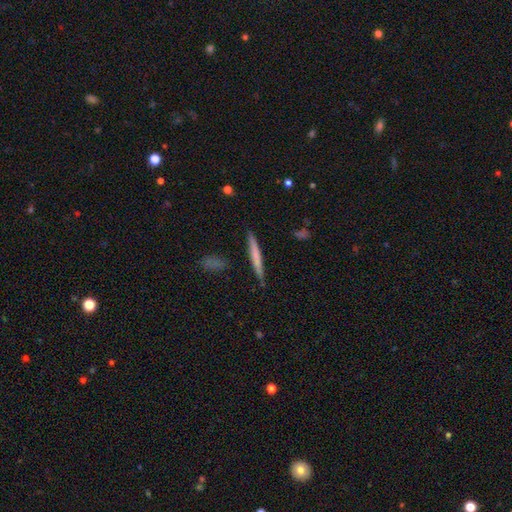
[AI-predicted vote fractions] Smooth or featured?
  - smooth: 63% *
  - featured or disk: 31%
  - star or artifact: 6%
How rounded?
  - cigar-shaped: 96% *
  - in between: 3%
  - round: 1%
Merging?
  - none: 88% *
  - minor disturbance: 8%
  - merger: 2%
  - major disturbance: 2%